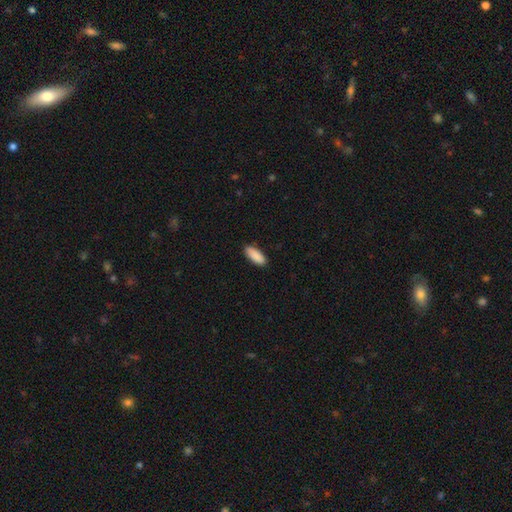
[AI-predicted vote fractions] This is clearly a smooth galaxy (91%). How rounded: likely in between (75%). Merging: clearly none (88%).